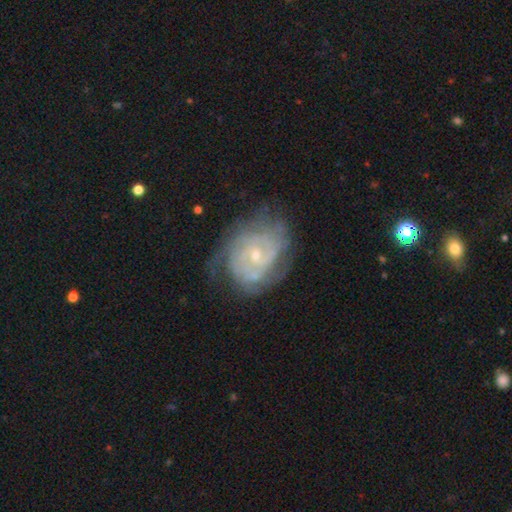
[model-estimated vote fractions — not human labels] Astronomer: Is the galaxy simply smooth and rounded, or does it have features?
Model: featured or disk — 81%.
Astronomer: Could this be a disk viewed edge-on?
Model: no — 97%.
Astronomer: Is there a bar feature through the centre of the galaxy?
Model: no — 67%.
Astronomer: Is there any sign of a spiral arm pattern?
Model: yes — 91%.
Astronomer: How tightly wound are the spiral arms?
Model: tight — 66%.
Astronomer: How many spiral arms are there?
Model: can't tell — 42% (runner-up: 2, 21%).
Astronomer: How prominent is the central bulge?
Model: small — 72%.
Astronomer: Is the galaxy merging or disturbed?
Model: none — 65%.